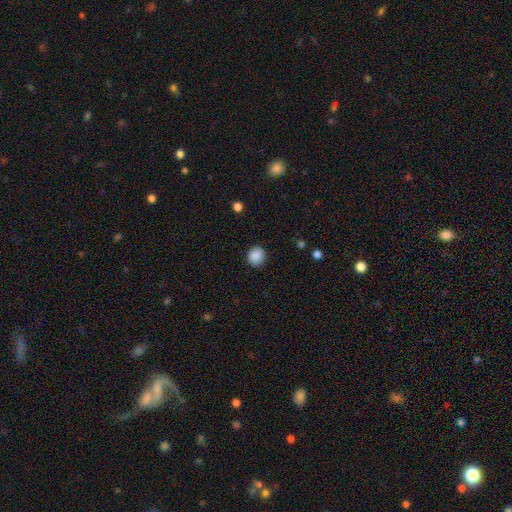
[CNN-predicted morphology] type=smooth (88%); roundness=round (88%); merging=none (89%).